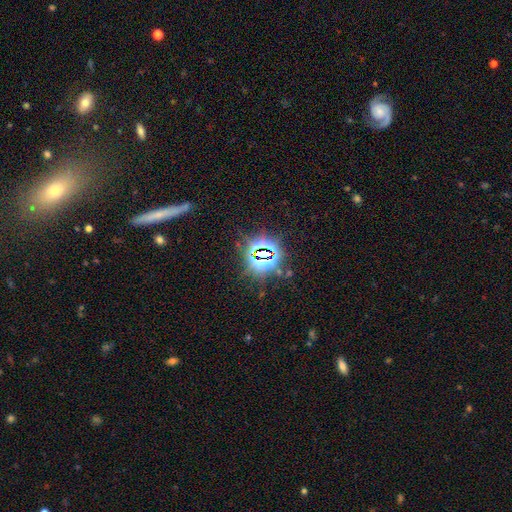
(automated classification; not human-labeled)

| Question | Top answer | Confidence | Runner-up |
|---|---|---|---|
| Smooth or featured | star or artifact | 73% | smooth (16%) |